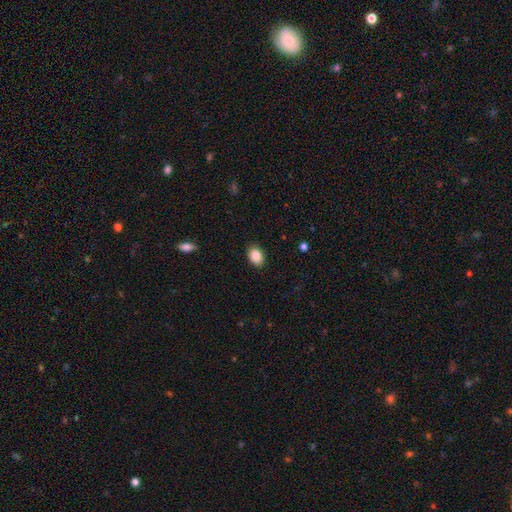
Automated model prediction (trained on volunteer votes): Smooth or featured: smooth — 87% (star or artifact — 8%)
How rounded: in between — 79% (round — 20%)
Merging: none — 89% (minor disturbance — 8%)